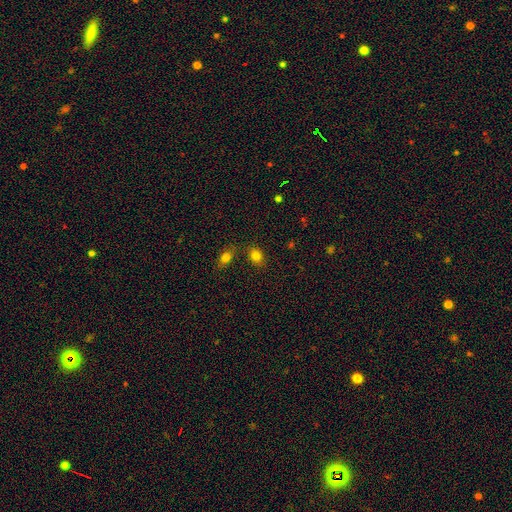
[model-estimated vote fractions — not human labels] Smooth or featured? smooth (81%)
How rounded? in between (54%)
Merging? none (75%)